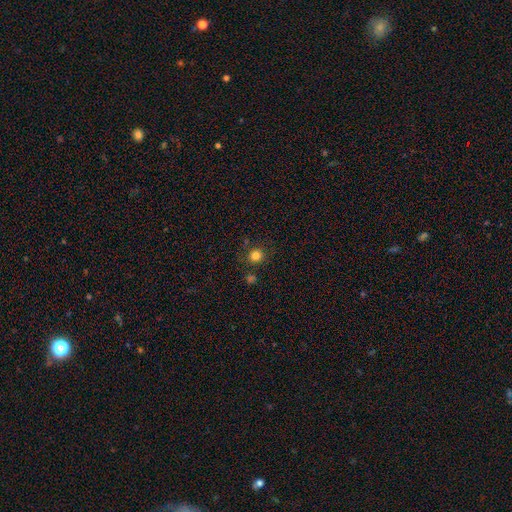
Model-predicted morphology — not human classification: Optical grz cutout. It shows a smooth galaxy with no disk features (81%) that is round (90%). Merging: none (85%).